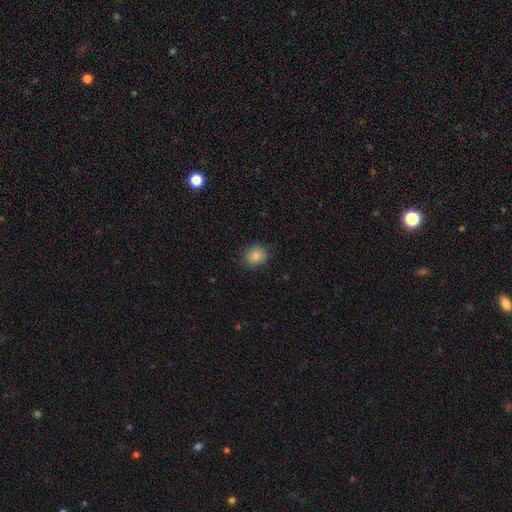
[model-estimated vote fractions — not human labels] The model was most divided on "how rounded": round: 69%, in between: 30%, cigar-shaped: 1%. More confident: smooth or featured — smooth (85%); merging — none (84%).